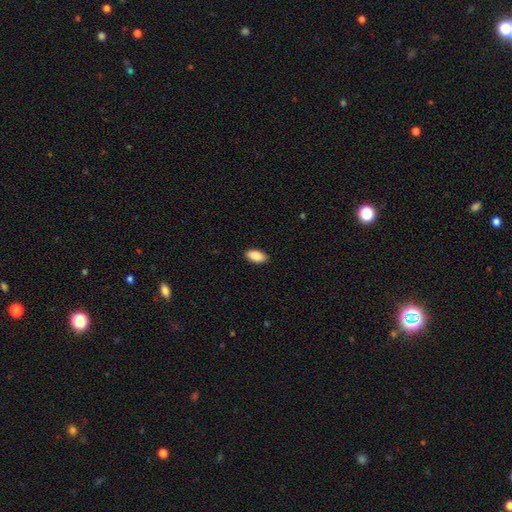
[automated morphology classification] Overall: smooth (89%). How rounded: in between (93%). Merging: none (90%).